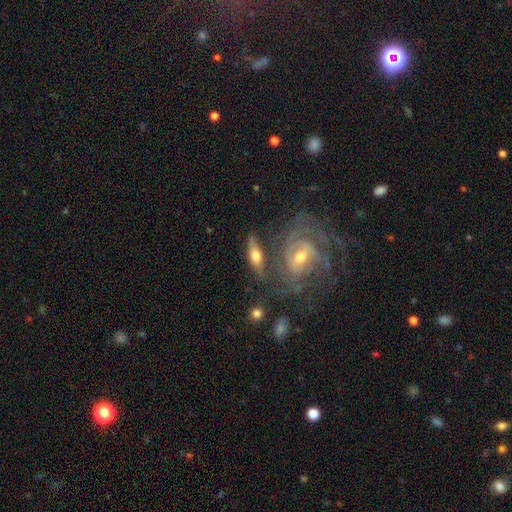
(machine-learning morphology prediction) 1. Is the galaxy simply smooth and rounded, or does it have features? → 53% featured or disk, 41% smooth, 6% star or artifact.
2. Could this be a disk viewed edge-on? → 54% yes, 46% no.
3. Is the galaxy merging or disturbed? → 59% none, 19% minor disturbance, 14% merger, 9% major disturbance.